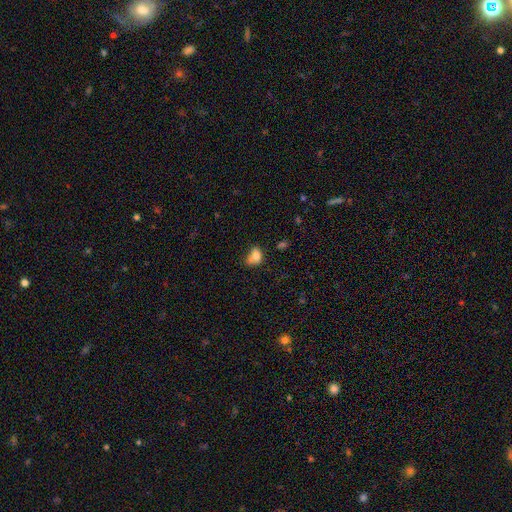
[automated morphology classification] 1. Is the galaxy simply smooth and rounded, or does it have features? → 75% smooth, 13% featured or disk, 12% star or artifact.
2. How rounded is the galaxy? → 70% in between, 28% round, 2% cigar-shaped.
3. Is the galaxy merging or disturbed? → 32% merger, 30% none, 24% minor disturbance, 14% major disturbance.